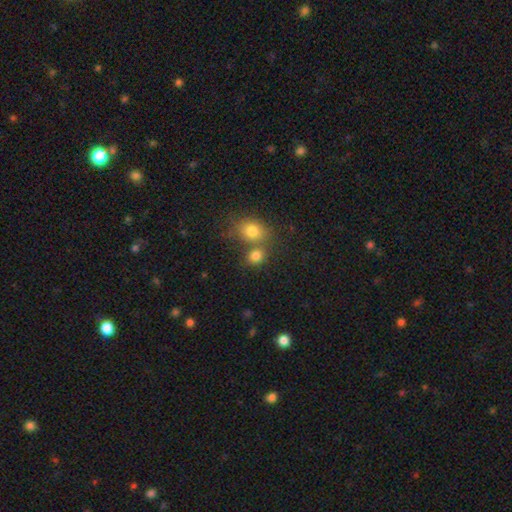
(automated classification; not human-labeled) This appears to be a smooth galaxy with no disk features (81%) that is round (56%). Merging: none (49%).